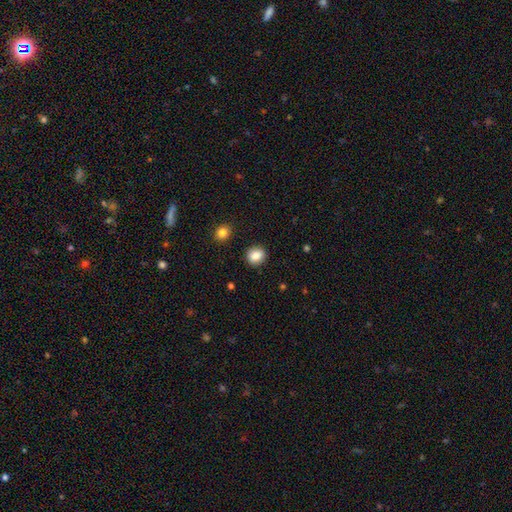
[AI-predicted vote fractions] This is clearly a smooth galaxy (86%). How rounded: likely round (78%). Merging: clearly none (91%).